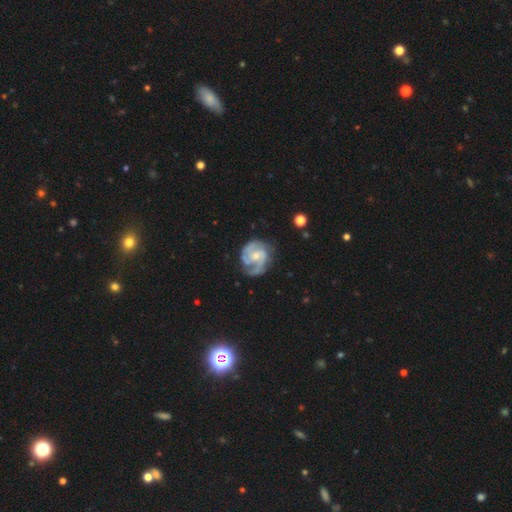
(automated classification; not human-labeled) This is clearly a featured or disk galaxy (88%). It is clearly not viewed edge-on (98%). Bar: possibly no (47%). Spiral arm pattern: clearly yes (97%). Spiral arm count: likely 2 (64%). Spiral winding: possibly medium (45%, tied with tight). Central bulge: possibly small (51%). Merging: likely none (67%).